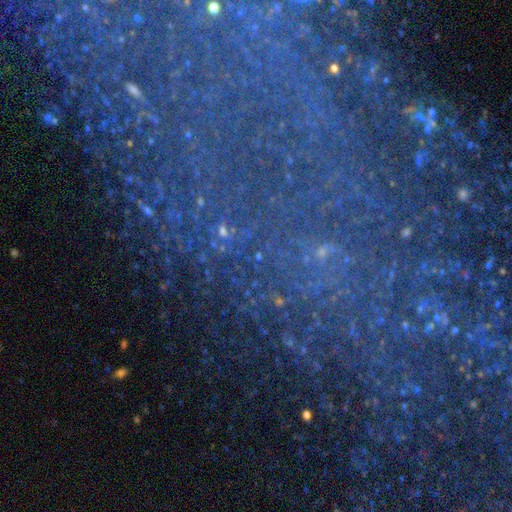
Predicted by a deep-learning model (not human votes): This appears to be a star or artifact, not a galaxy (73%).